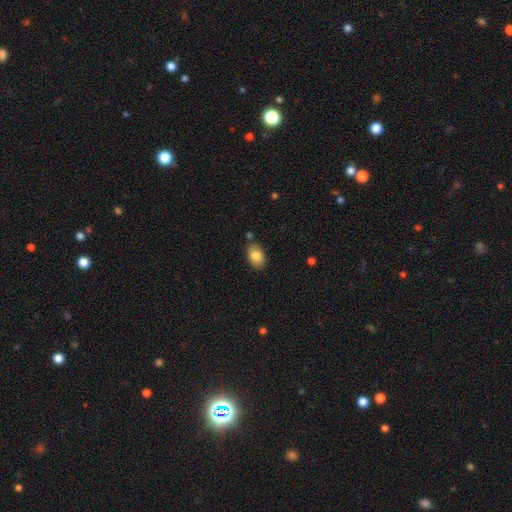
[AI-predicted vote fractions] Smooth or featured: smooth — 83% (featured or disk — 10%)
How rounded: in between — 88% (round — 11%)
Merging: none — 79% (minor disturbance — 14%)